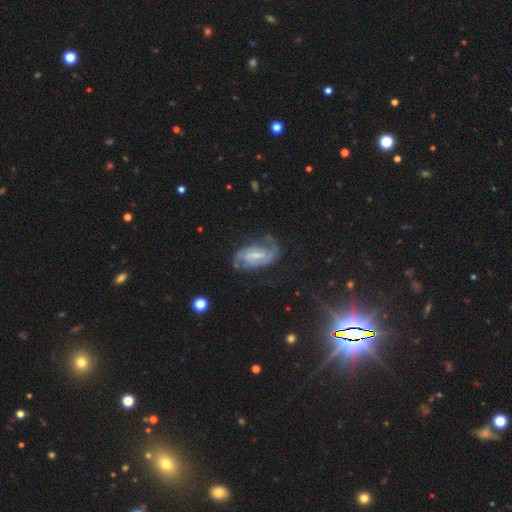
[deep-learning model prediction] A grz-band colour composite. It shows a featured or disk galaxy (84%) with a weak bar (54%), 2 (80%) medium (50%) spiral arms (96%) and a small central bulge (55%). Merging: none (67%).